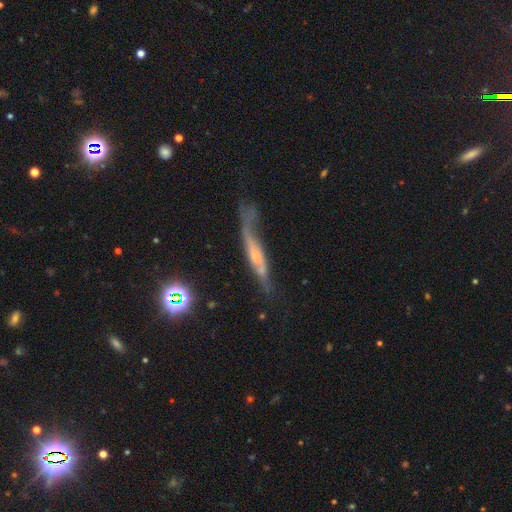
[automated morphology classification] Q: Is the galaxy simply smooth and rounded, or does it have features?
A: featured or disk — 63%.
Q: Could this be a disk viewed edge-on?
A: yes — 67%.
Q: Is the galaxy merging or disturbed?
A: none — 39%.